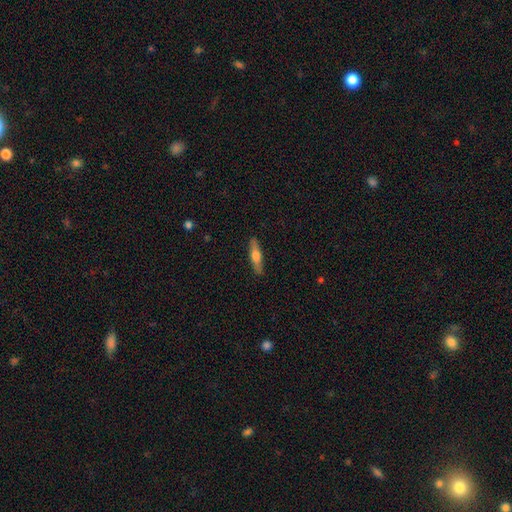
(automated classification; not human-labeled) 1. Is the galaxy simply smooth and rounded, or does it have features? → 51% smooth, 43% featured or disk, 6% star or artifact.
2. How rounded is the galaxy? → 77% cigar-shaped, 21% in between, 2% round.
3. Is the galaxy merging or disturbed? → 88% none, 9% minor disturbance, 2% major disturbance, 1% merger.